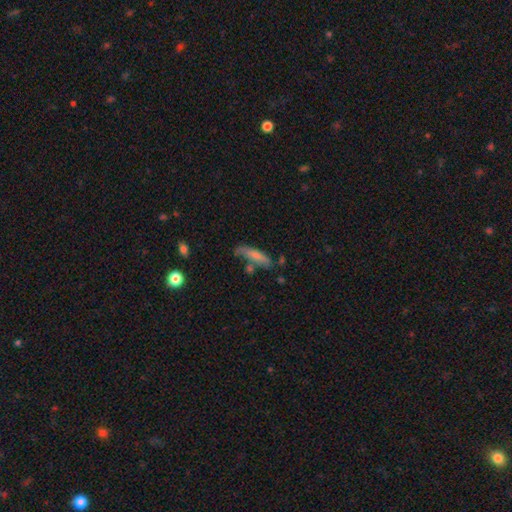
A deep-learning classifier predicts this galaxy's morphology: This appears to be a smooth galaxy with no disk features (71%) that is cigar-shaped (77%). Merging: none (56%).